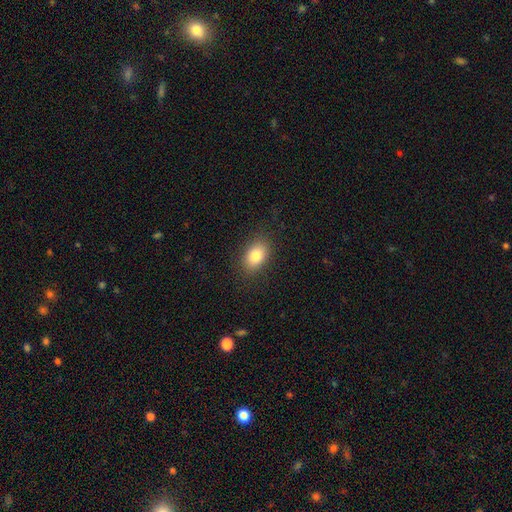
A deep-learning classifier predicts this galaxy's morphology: smooth_or_featured: smooth (p=0.83) [alt: star or artifact p=0.09]
how_rounded: in between (p=0.84) [alt: round p=0.15]
merging: none (p=0.87) [alt: minor disturbance p=0.09]